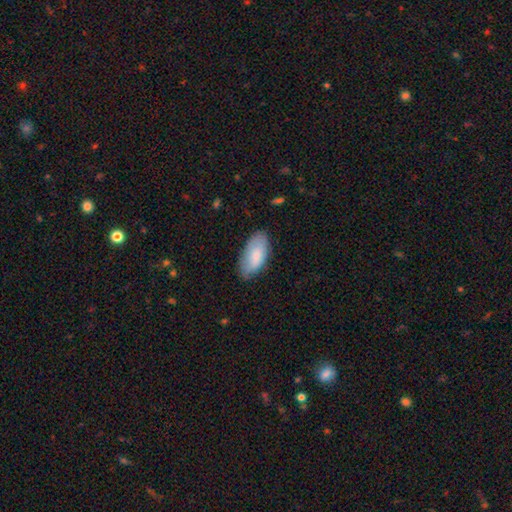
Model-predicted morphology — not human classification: This is likely a smooth galaxy (75%). How rounded: clearly in between (93%). Merging: likely none (77%).